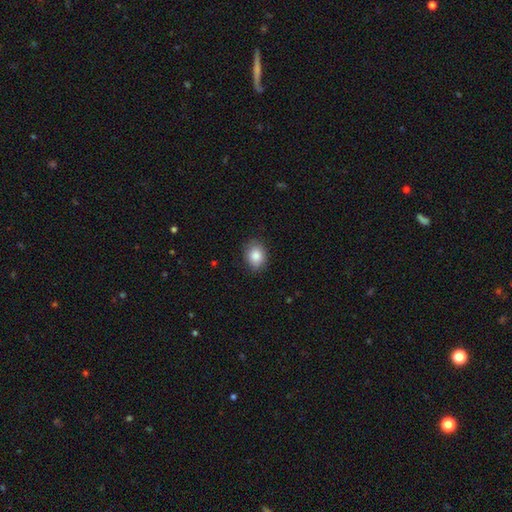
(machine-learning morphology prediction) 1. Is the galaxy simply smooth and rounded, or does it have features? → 85% smooth, 8% star or artifact, 7% featured or disk.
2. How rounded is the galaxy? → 61% in between, 38% round, 1% cigar-shaped.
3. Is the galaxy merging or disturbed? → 82% none, 14% minor disturbance, 3% major disturbance, 1% merger.